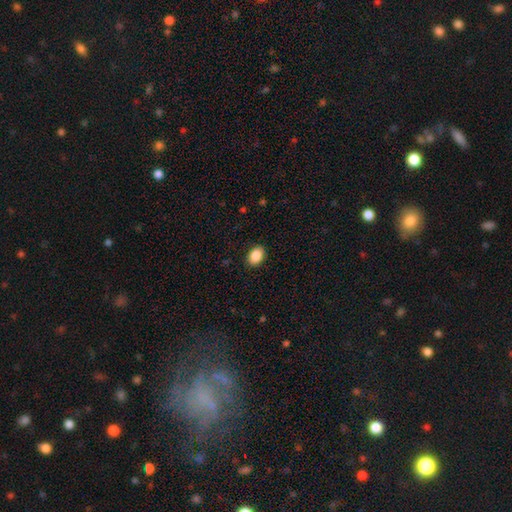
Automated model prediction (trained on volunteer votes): Smooth or featured? smooth (88%)
How rounded? in between (79%)
Merging? none (90%)